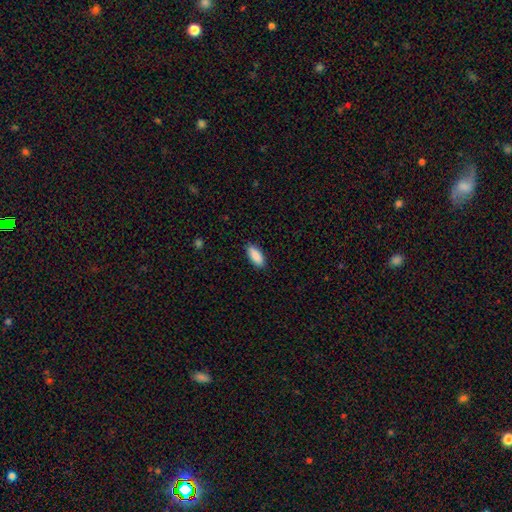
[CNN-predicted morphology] This appears to be a smooth galaxy with no disk features (89%) that is in between round and cigar-shaped (84%). Merging: none (88%).